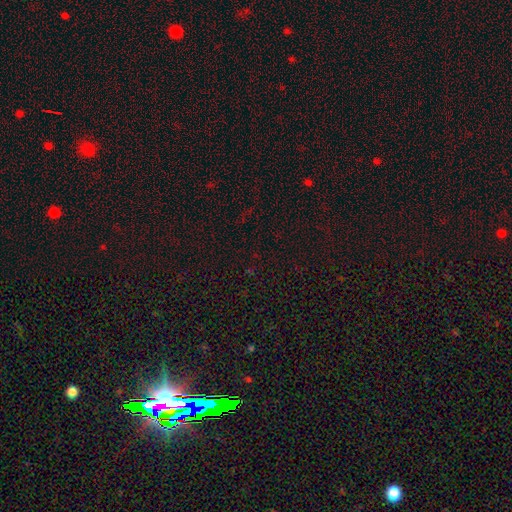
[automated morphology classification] smooth-or-featured: star or artifact: 71% | smooth: 22% | featured or disk: 7%